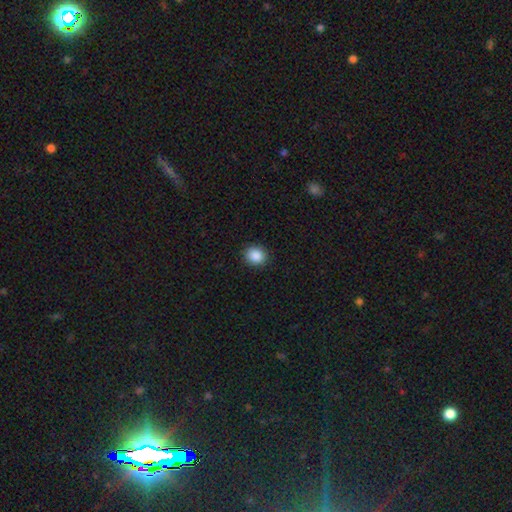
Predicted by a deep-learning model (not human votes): Morphology: type=smooth (88%); roundness=round (80%); merging=none (91%).